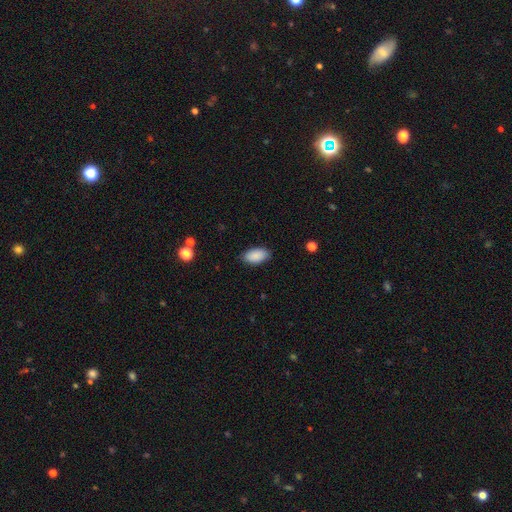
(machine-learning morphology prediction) Smooth or featured? smooth (89%)
How rounded? in between (94%)
Merging? none (85%)